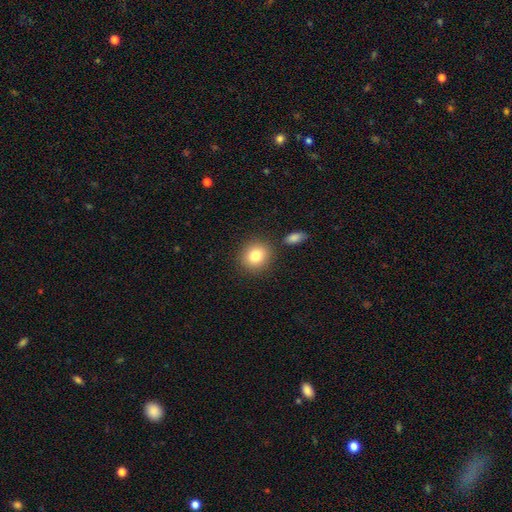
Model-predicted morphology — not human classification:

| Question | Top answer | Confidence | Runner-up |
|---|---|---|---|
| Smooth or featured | smooth | 81% | star or artifact (10%) |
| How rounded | round | 82% | in between (17%) |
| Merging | none | 83% | minor disturbance (8%) |